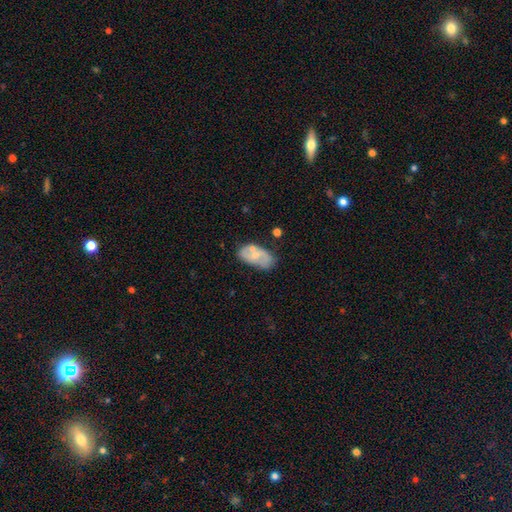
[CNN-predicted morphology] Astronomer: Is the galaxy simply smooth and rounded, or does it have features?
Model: featured or disk — 52% (runner-up: smooth, 41%).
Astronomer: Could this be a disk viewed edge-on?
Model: no — 93%.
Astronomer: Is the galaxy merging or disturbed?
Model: none — 57%.